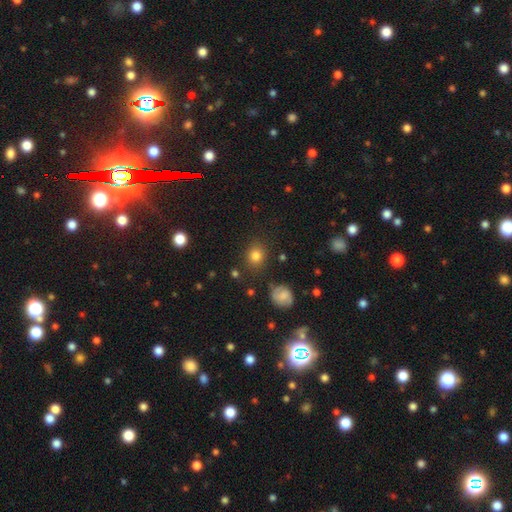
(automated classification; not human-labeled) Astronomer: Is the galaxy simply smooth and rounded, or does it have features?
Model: smooth — 81%.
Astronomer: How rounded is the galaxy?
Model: round — 75%.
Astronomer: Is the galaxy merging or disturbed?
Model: none — 83%.